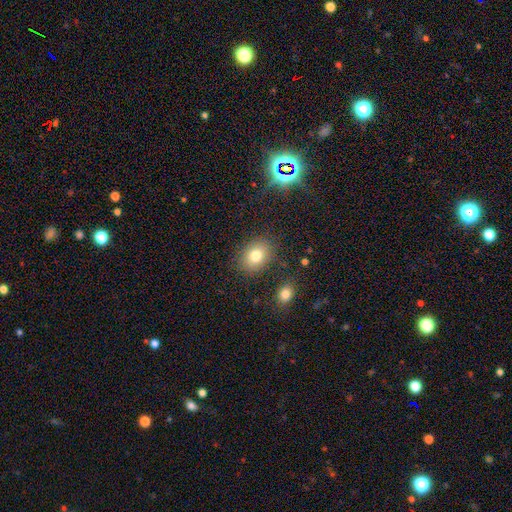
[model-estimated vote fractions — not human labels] This is likely a smooth galaxy (78%). How rounded: possibly in between (59%). Merging: clearly none (83%).